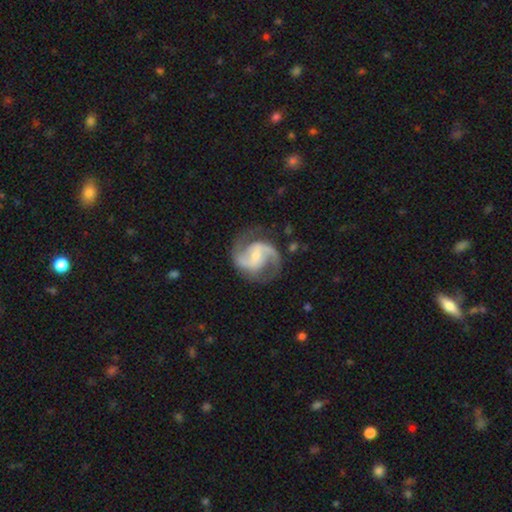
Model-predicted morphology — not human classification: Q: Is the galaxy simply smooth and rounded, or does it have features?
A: featured or disk — 90%.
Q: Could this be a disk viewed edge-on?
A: no — 98%.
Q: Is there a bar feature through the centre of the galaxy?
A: weak — 46%.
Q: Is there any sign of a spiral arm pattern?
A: yes — 98%.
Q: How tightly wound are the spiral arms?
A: medium — 60%.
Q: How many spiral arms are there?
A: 2 — 92%.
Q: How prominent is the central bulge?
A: small — 60%.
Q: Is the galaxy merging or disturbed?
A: none — 77%.